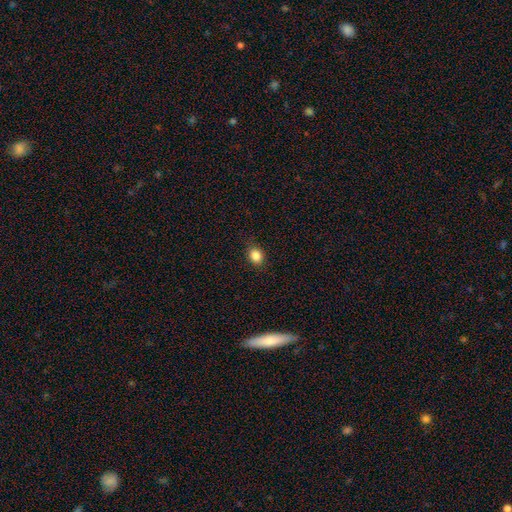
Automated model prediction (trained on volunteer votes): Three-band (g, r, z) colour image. It shows a smooth galaxy with no disk features (85%) that is round (53%). Merging: none (85%).